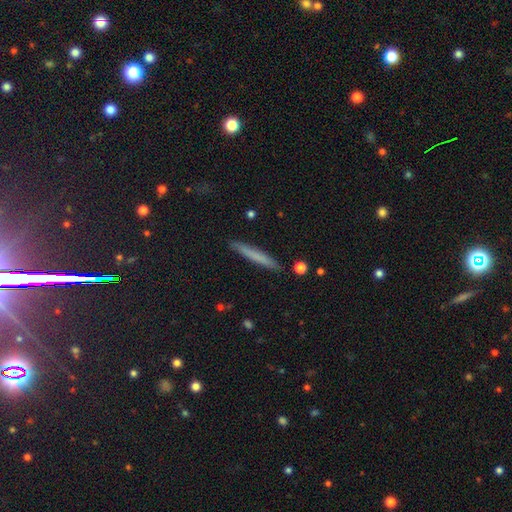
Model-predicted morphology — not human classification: smooth-or-featured: smooth: 68% | featured or disk: 26% | star or artifact: 7%
  how-rounded: cigar-shaped: 96% | in between: 3% | round: 1%
  merging: none: 91% | minor disturbance: 6% | merger: 1% | major disturbance: 1%